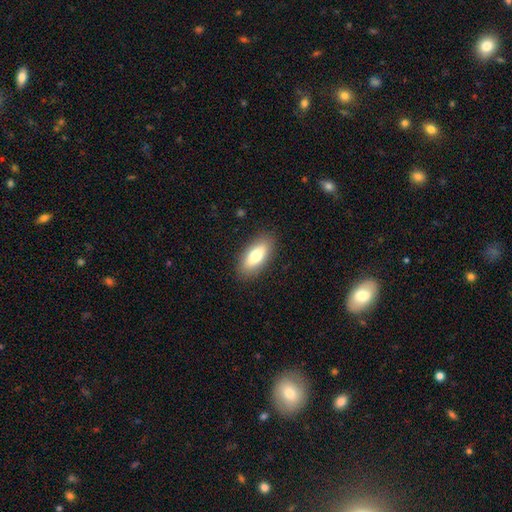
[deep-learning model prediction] A smooth galaxy with no disk features (73%) that is in between round and cigar-shaped (83%). Merging: none (88%).